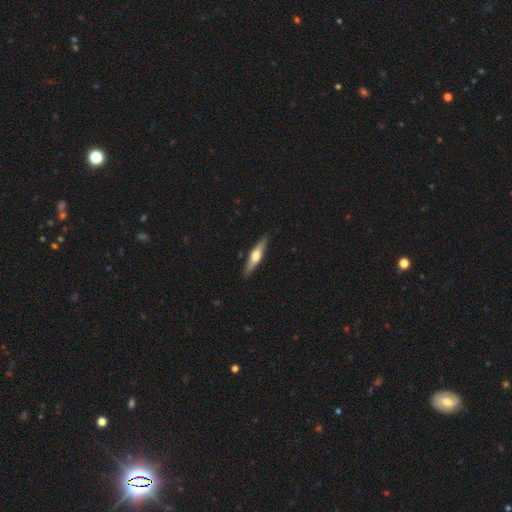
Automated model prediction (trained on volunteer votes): Overall: featured or disk (53%; smooth 42%). Edge-on disk: yes (94%). Merging: none (88%).